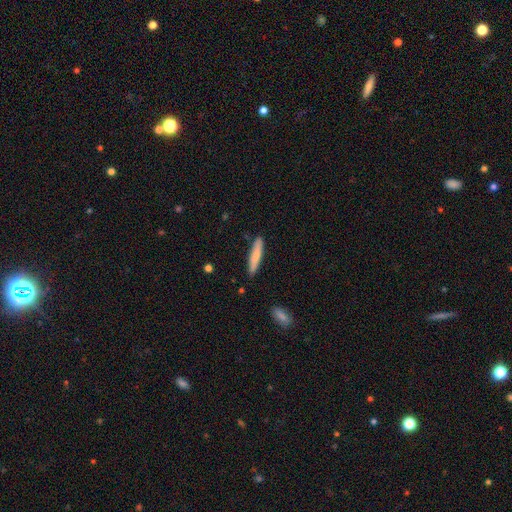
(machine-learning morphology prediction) This appears to be a smooth galaxy with no disk features (77%) that is cigar-shaped (91%). Merging: none (87%).